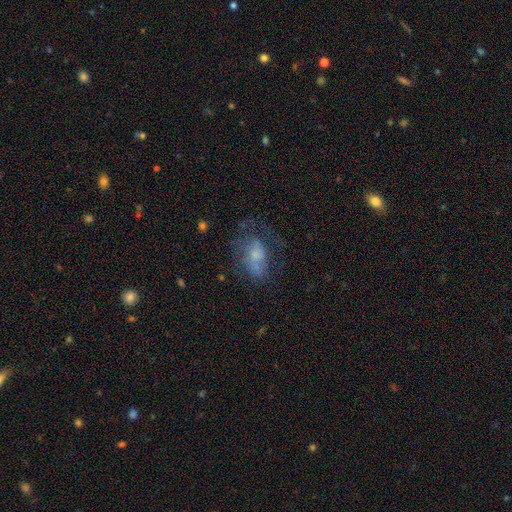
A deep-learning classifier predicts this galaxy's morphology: A featured or disk galaxy (46%). Merging: major disturbance (38%).